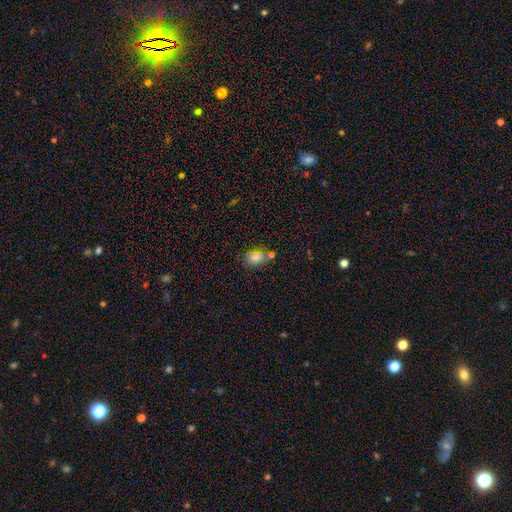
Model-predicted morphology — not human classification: type=smooth (79%); roundness=in between (73%); merging=none (61%).